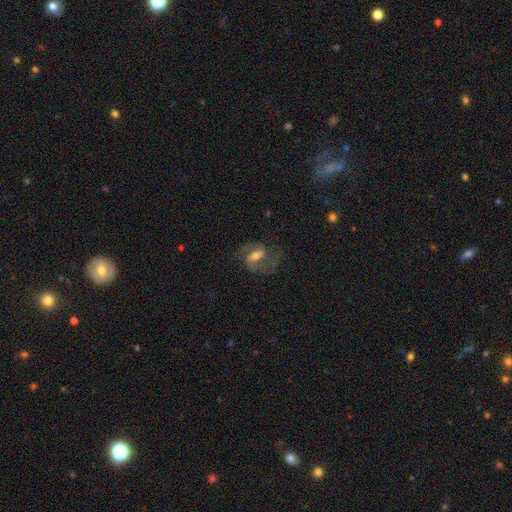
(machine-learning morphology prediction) Smooth or featured?
  - featured or disk: 77% *
  - smooth: 15%
  - star or artifact: 8%
Edge-on disk?
  - no: 96% *
  - yes: 4%
Bar?
  - weak: 45% *
  - strong: 37%
  - no: 18%
Spiral arms?
  - yes: 93% *
  - no: 7%
Spiral winding?
  - medium: 52% *
  - loose: 33%
  - tight: 15%
Spiral arm count?
  - 2: 88% *
  - can't tell: 5%
  - 1: 4%
  - 3: 2%
  - 4: 1%
  - more than 4: 1%
Bulge size?
  - moderate: 56% *
  - small: 28%
  - large: 10%
  - none: 4%
  - dominant: 1%
Merging?
  - none: 65% *
  - minor disturbance: 17%
  - major disturbance: 17%
  - merger: 2%